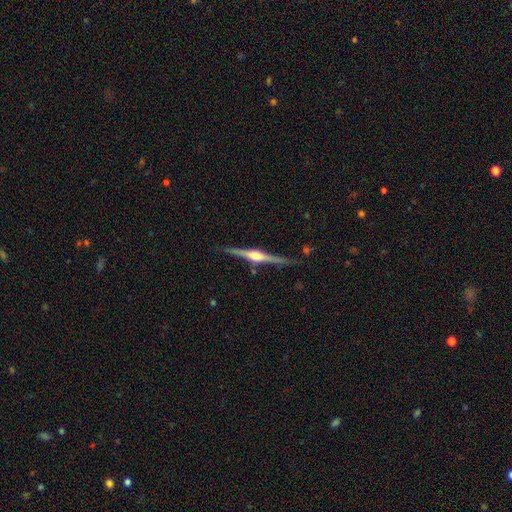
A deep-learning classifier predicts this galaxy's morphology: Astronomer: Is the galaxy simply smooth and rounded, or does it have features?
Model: featured or disk — 83%.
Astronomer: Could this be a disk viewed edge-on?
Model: yes — 98%.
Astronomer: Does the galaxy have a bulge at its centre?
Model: rounded — 91%.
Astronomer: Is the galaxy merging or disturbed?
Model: none — 86%.